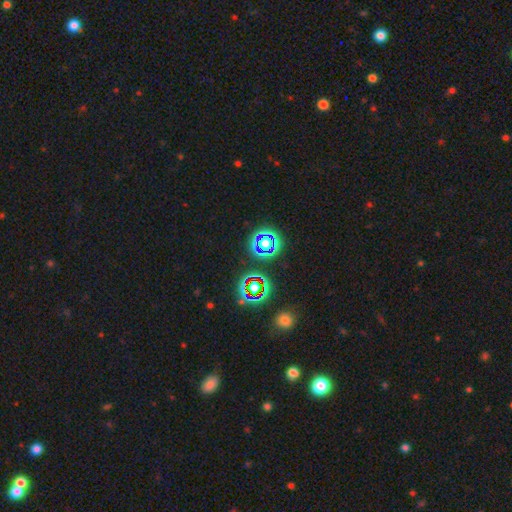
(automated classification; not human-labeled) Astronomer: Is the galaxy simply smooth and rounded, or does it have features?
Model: star or artifact — 58%.